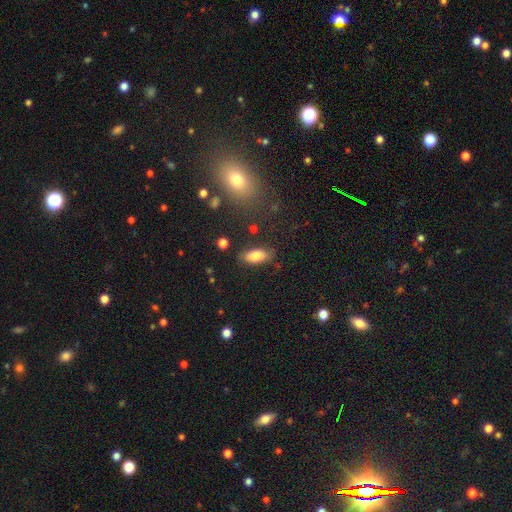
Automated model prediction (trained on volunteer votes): smooth-or-featured: smooth: 81% | featured or disk: 11% | star or artifact: 8%
  how-rounded: in between: 85% | cigar-shaped: 12% | round: 3%
  merging: none: 81% | minor disturbance: 14% | major disturbance: 4% | merger: 2%